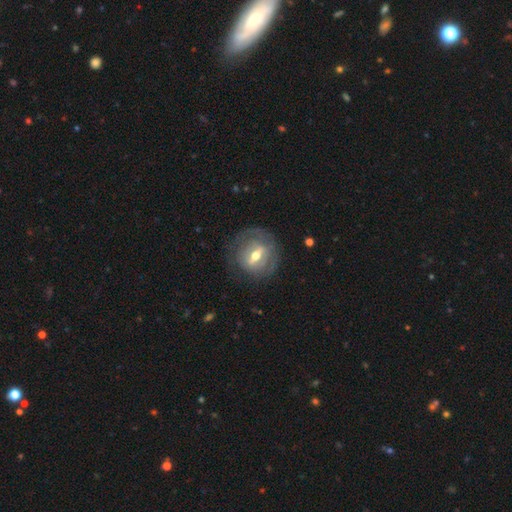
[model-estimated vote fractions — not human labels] Smooth or featured: featured or disk — 71% (smooth — 22%)
Edge-on disk: no — 82% (yes — 18%)
Bar: strong — 55% (weak — 33%)
Spiral arms: no — 55% (yes — 45%)
Bulge size: moderate — 73% (small — 17%)
Merging: none — 73% (minor disturbance — 16%)